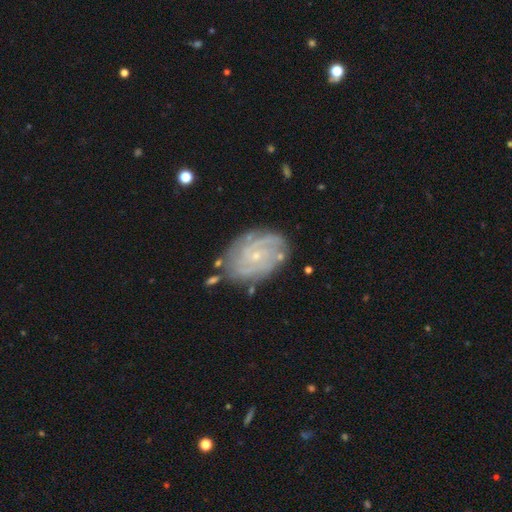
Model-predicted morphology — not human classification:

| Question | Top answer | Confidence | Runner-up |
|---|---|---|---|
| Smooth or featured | featured or disk | 82% | smooth (11%) |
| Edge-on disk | no | 97% | yes (3%) |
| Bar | no | 71% | weak (25%) |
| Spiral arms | yes | 94% | no (6%) |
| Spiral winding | tight | 69% | medium (25%) |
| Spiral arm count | can't tell | 35% | 2 (19%) |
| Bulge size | small | 83% | moderate (13%) |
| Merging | none | 74% | minor disturbance (17%) |